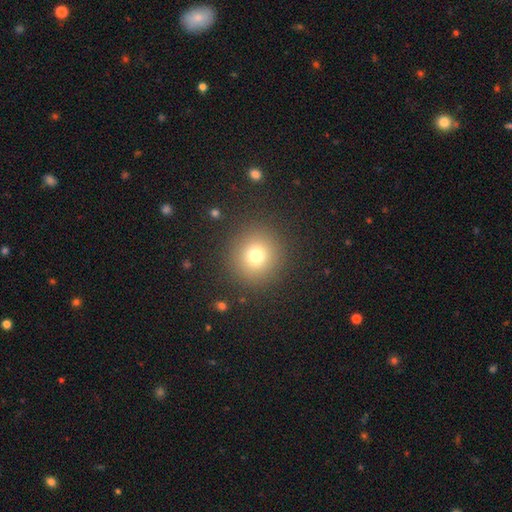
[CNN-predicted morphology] Q: Smooth or featured?
A: smooth (74%); runner-up: star or artifact (16%)
Q: How rounded?
A: round (94%); runner-up: in between (5%)
Q: Merging?
A: none (90%); runner-up: minor disturbance (6%)